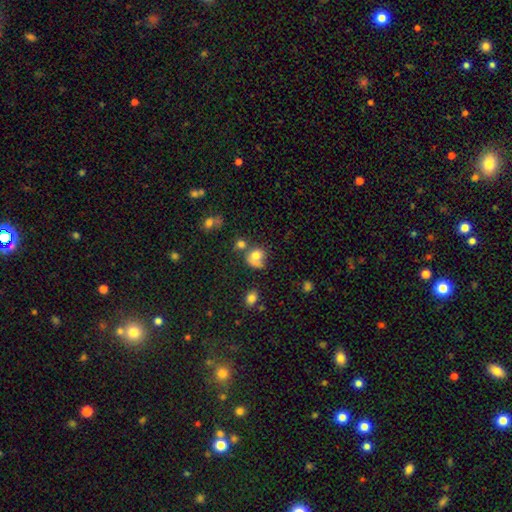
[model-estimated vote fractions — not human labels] smooth-or-featured: smooth: 72% | featured or disk: 17% | star or artifact: 11%
  how-rounded: round: 64% | in between: 35% | cigar-shaped: 1%
  merging: none: 37% | minor disturbance: 22% | merger: 21% | major disturbance: 19%